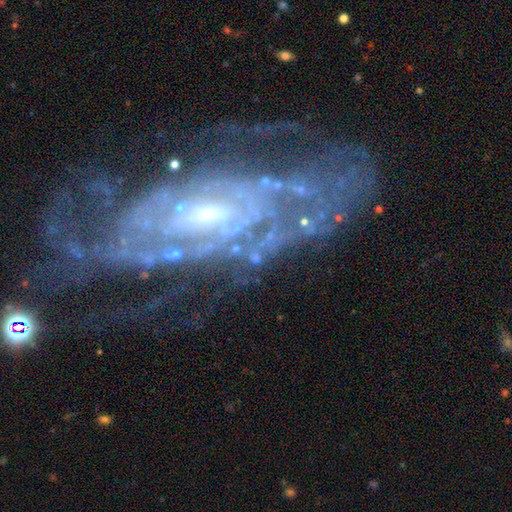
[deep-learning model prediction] The model was most divided on "bar": no: 44%, weak: 35%, strong: 22%. Remaining: edge-on disk — no (93%); spiral arms — yes (84%); smooth or featured — featured or disk (81%); bulge size — small (64%); spiral winding — tight (56%); merging — none (53%); spiral arm count — can't tell (39%).